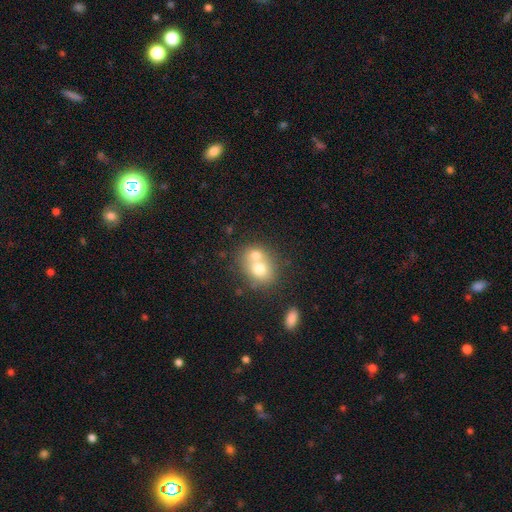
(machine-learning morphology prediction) type=smooth (68%); roundness=round (60%); merging=merger (60%).